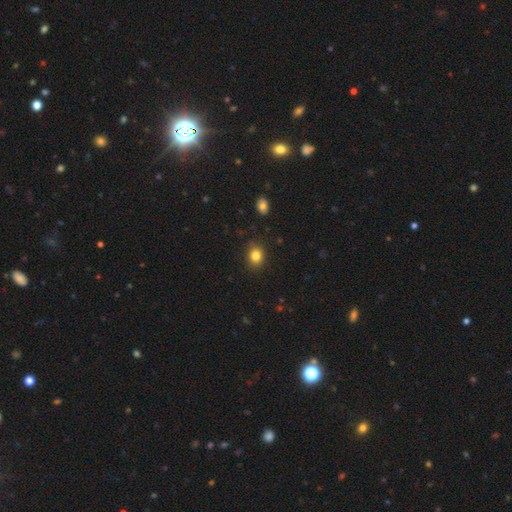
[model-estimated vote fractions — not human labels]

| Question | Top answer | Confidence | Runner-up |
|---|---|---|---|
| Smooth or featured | smooth | 83% | star or artifact (11%) |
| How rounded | round | 55% | in between (44%) |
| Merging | none | 86% | minor disturbance (10%) |